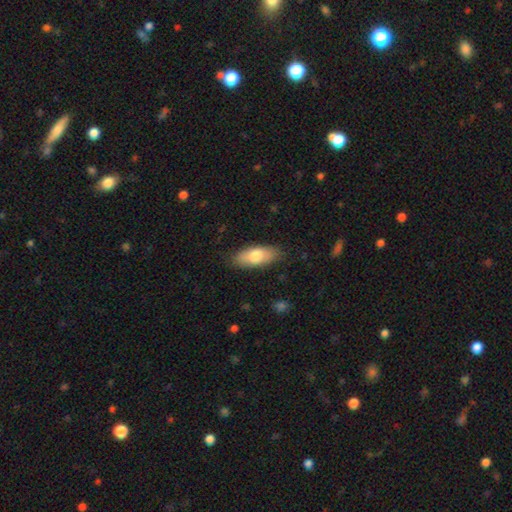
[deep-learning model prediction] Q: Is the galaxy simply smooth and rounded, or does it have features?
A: smooth — 76%.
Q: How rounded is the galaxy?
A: in between — 80%.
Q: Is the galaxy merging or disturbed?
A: none — 83%.